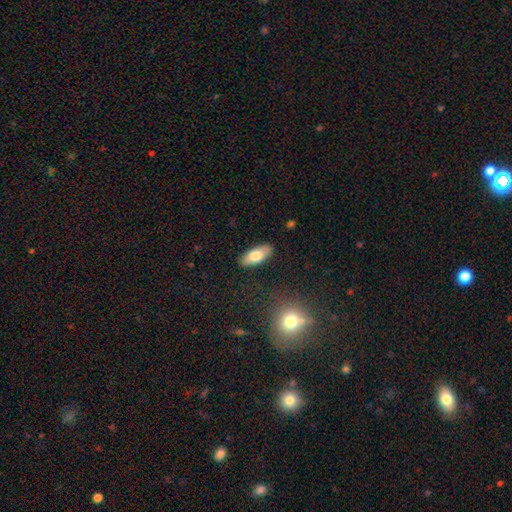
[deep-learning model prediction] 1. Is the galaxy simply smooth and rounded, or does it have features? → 76% smooth, 18% featured or disk, 6% star or artifact.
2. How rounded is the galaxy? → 84% in between, 13% cigar-shaped, 2% round.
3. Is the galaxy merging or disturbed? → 88% none, 9% minor disturbance, 2% major disturbance, 1% merger.